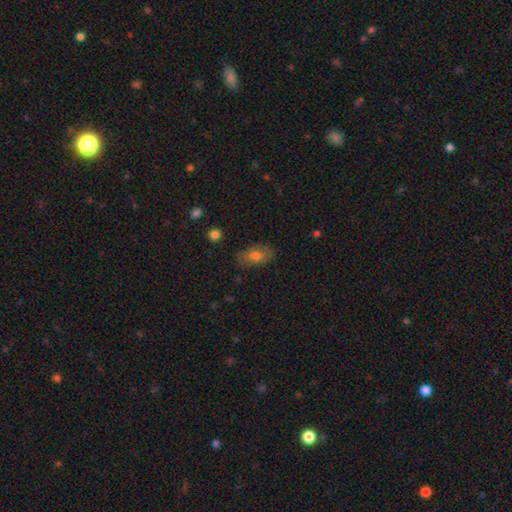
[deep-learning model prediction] A smooth galaxy with no disk features (70%) that is in between round and cigar-shaped (88%).

Vote fractions:
- Smooth or featured? smooth: 70% / featured or disk: 20% / star or artifact: 10%
- How rounded? in between: 88% / round: 9% / cigar-shaped: 3%
- Merging? none: 77% / minor disturbance: 17% / major disturbance: 4% / merger: 2%